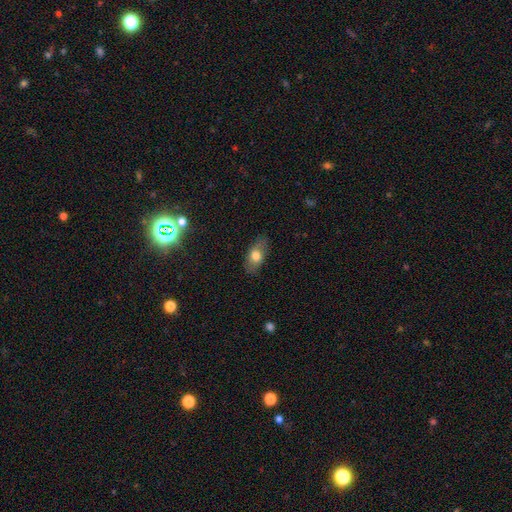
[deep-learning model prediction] This appears to be a smooth galaxy with no disk features (72%) that is in between round and cigar-shaped (84%). Merging: none (82%).